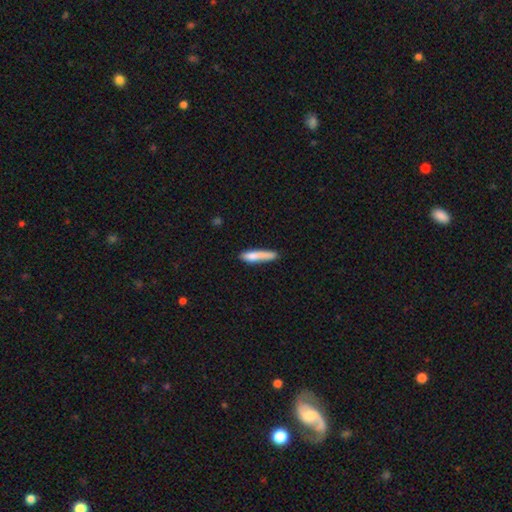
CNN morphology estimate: type=smooth (76%); roundness=cigar-shaped (86%); merging=none (58%).